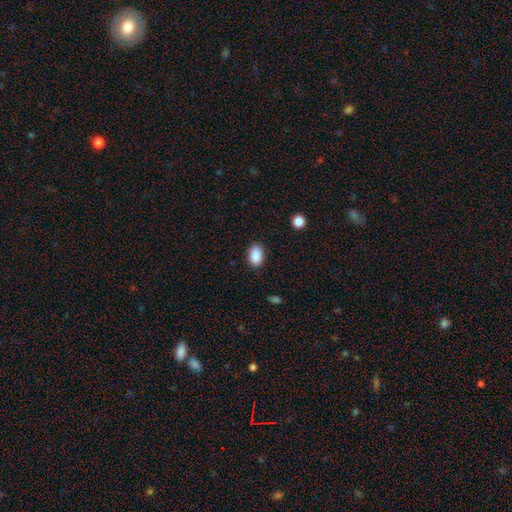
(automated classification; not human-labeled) Morphology: type=smooth (89%); roundness=in between (88%); merging=none (87%).